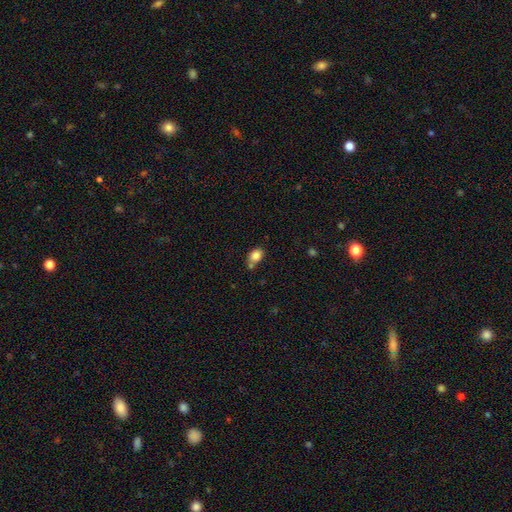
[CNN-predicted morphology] A smooth galaxy with no disk features (83%) that is in between round and cigar-shaped (65%).

Vote fractions:
- Smooth or featured? smooth: 83% / star or artifact: 9% / featured or disk: 7%
- How rounded? in between: 65% / round: 33% / cigar-shaped: 1%
- Merging? none: 54% / merger: 21% / minor disturbance: 19% / major disturbance: 5%